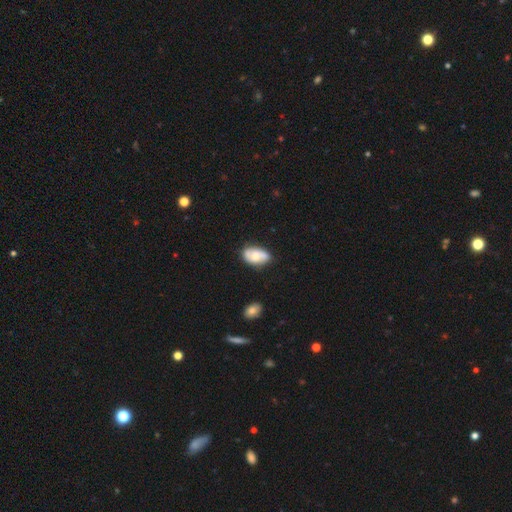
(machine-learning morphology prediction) This is possibly a smooth galaxy (55%). How rounded: clearly in between (91%). Merging: likely none (71%).